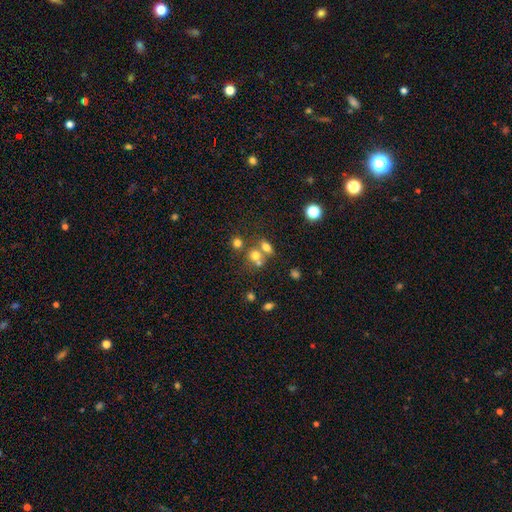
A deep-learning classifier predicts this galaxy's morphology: Smooth or featured?
  - smooth: 67% *
  - star or artifact: 18%
  - featured or disk: 16%
How rounded?
  - round: 64% *
  - in between: 35%
  - cigar-shaped: 2%
Merging?
  - merger: 46% *
  - none: 39%
  - minor disturbance: 9%
  - major disturbance: 5%